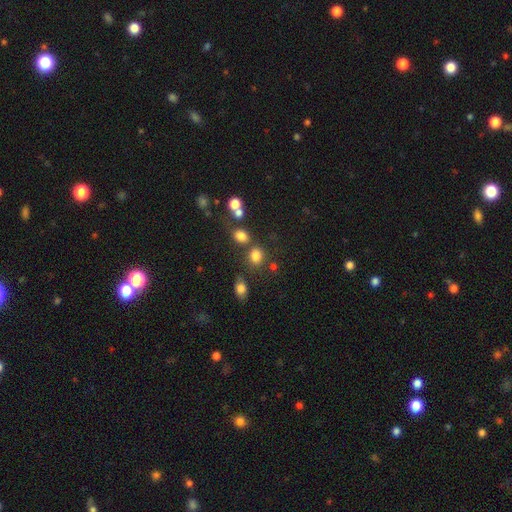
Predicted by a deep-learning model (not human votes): smooth 79%, star or artifact 14%, featured or disk 7%. Down the decision tree: how rounded — round (58%); merging — none (64%).